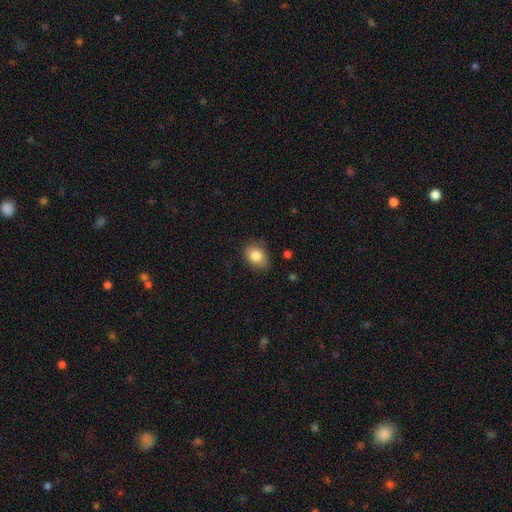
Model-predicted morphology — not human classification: smooth-or-featured: smooth: 83% | star or artifact: 8% | featured or disk: 8%
  how-rounded: in between: 59% | round: 40% | cigar-shaped: 1%
  merging: none: 78% | minor disturbance: 17% | major disturbance: 3% | merger: 1%